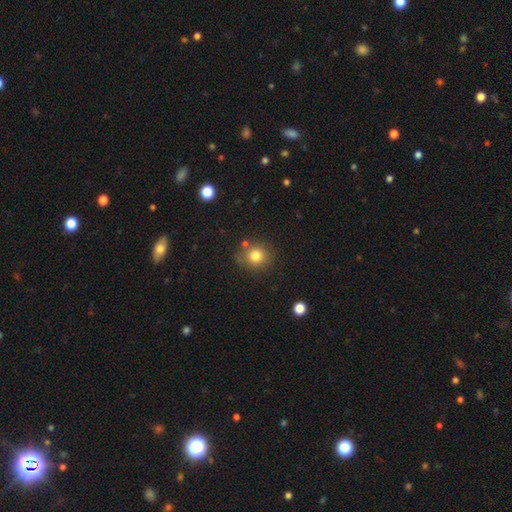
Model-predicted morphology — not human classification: A smooth galaxy with no disk features (80%) that is round (84%). Merging: none (77%).